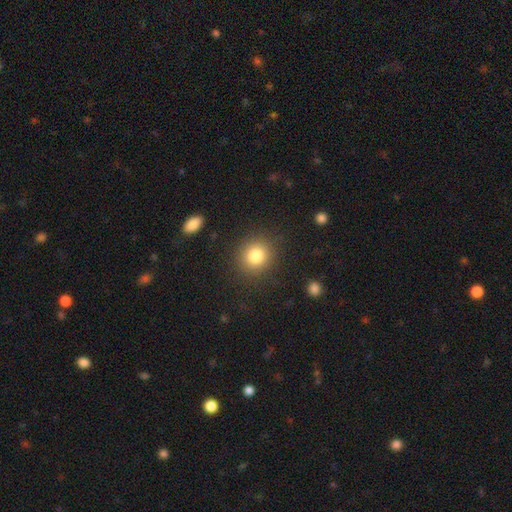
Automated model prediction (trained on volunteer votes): A smooth galaxy with no disk features (82%) that is round (85%).

Vote fractions:
- Smooth or featured? smooth: 82% / star or artifact: 11% / featured or disk: 7%
- How rounded? round: 85% / in between: 14% / cigar-shaped: 1%
- Merging? none: 87% / minor disturbance: 8% / major disturbance: 4% / merger: 1%